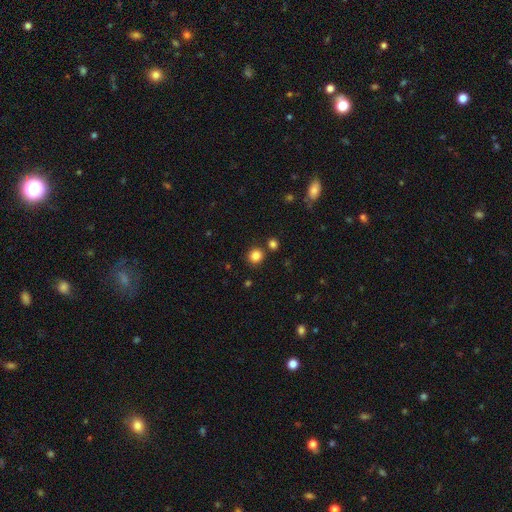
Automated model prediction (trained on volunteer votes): Overall: smooth (84%). How rounded: round (90%). Merging: none (85%).